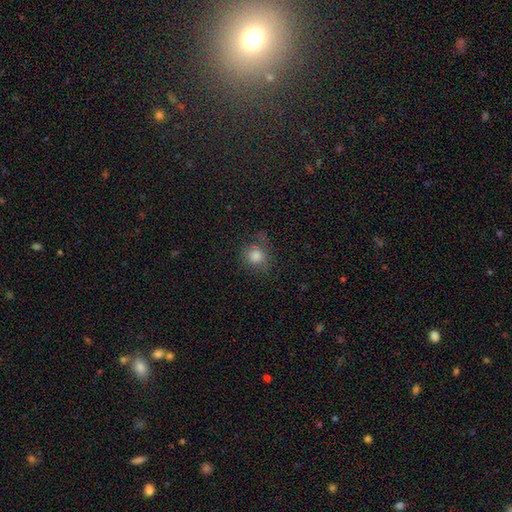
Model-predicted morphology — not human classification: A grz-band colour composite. It shows a smooth galaxy with no disk features (79%) that is round (83%). Merging: none (69%).